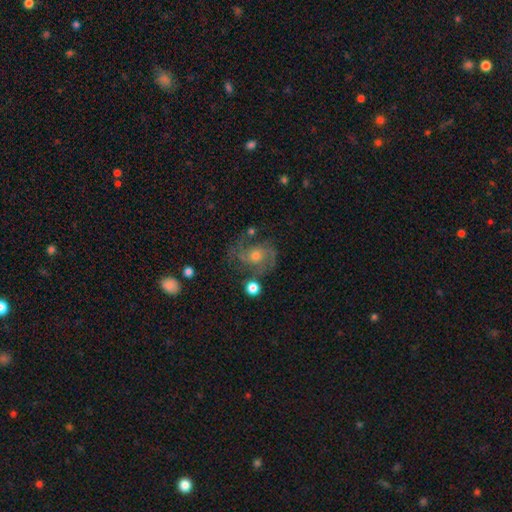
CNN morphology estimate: Overall: featured or disk (77%). Edge-on disk: no (97%). Bar: no (67%; weak 28%). Spiral arms: yes (93%). Spiral arm count: 2 (66%). Spiral winding: medium (52%; tight 30%). Bulge size: moderate (57%; small 34%). Merging: none (65%).